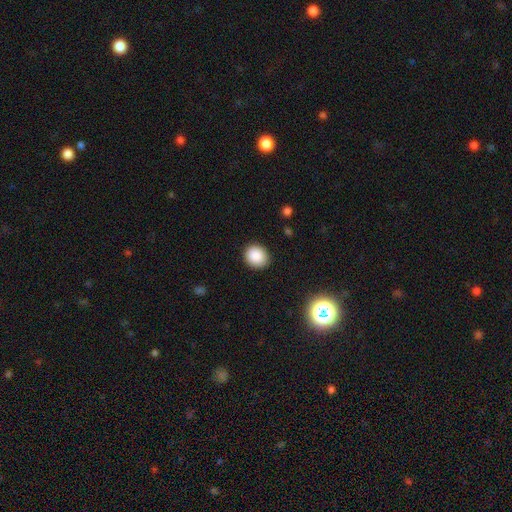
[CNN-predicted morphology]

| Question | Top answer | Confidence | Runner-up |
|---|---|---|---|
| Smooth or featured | smooth | 88% | star or artifact (9%) |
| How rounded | round | 75% | in between (25%) |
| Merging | none | 90% | minor disturbance (7%) |